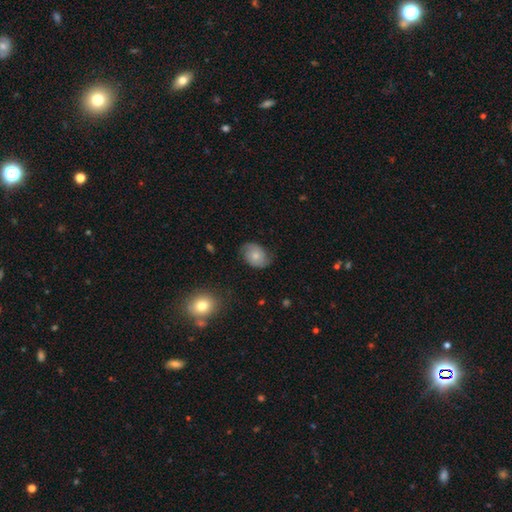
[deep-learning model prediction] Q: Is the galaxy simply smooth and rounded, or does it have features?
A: smooth — 46%.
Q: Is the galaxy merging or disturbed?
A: none — 68%.